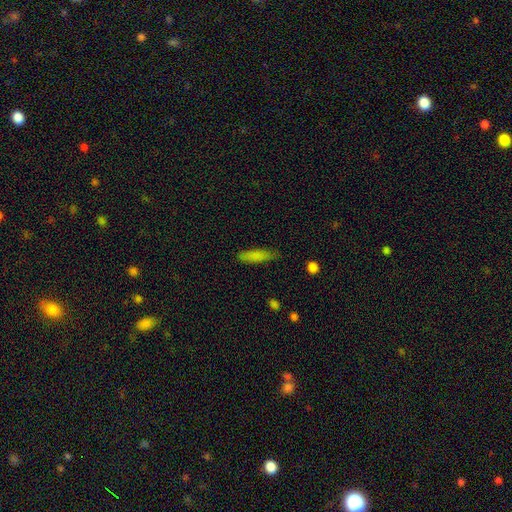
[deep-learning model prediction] This is clearly a smooth galaxy (82%). How rounded: likely cigar-shaped (68%). Merging: likely none (76%).